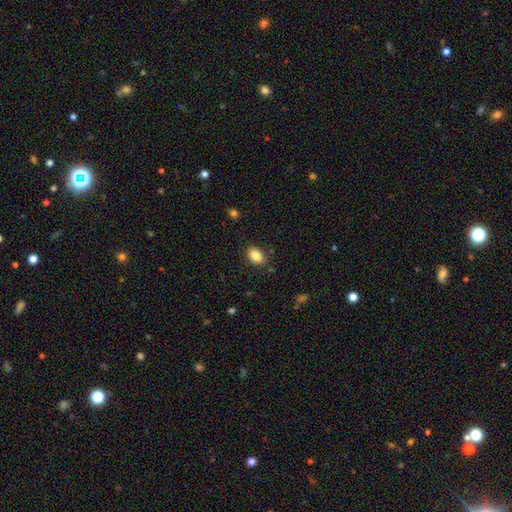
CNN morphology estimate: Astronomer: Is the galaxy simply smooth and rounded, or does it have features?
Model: smooth — 87%.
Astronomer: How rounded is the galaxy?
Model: in between — 83%.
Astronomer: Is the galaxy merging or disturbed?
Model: none — 83%.